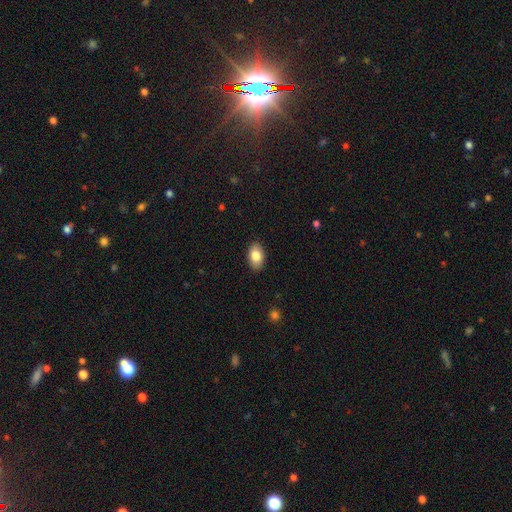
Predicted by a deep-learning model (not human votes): smooth-or-featured: smooth: 84% | featured or disk: 9% | star or artifact: 7%
  how-rounded: in between: 90% | round: 8% | cigar-shaped: 1%
  merging: none: 89% | minor disturbance: 8% | major disturbance: 2% | merger: 1%